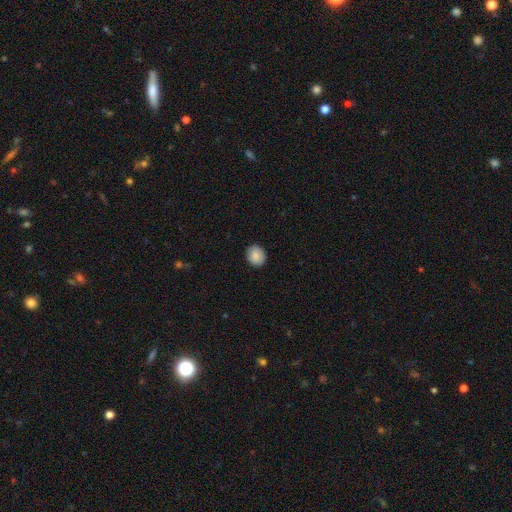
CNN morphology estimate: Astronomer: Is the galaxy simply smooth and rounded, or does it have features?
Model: smooth — 87%.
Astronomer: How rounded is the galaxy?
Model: round — 66%.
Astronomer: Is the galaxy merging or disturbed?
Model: none — 89%.